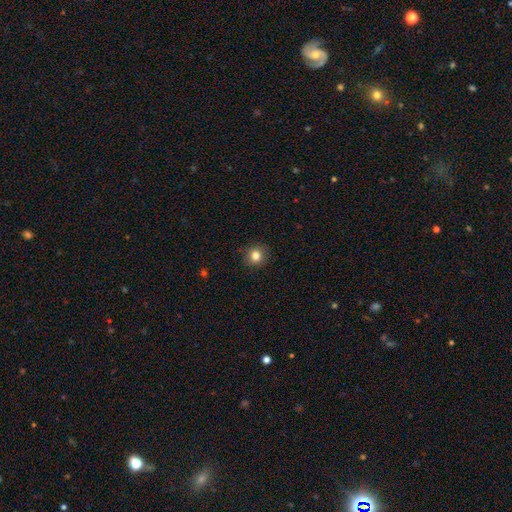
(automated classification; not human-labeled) smooth 82%, star or artifact 11%, featured or disk 6%. Down the decision tree: how rounded — round (90%); merging — none (90%).